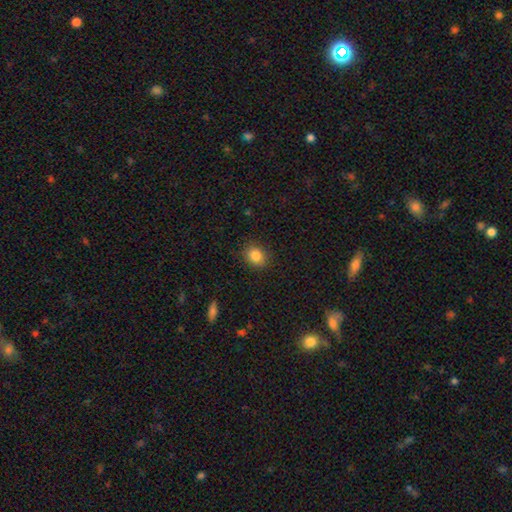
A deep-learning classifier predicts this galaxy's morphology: type=smooth (85%); roundness=round (57%); merging=none (88%).